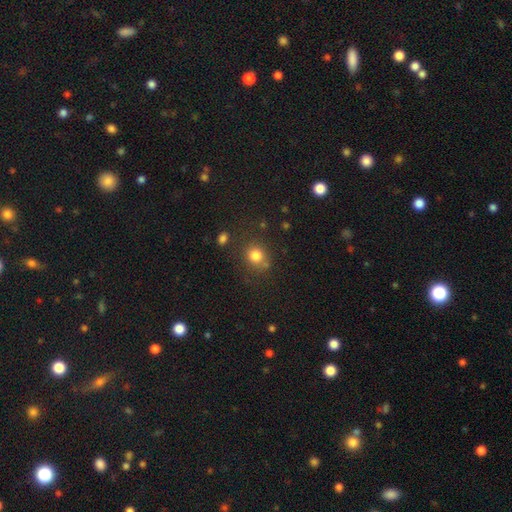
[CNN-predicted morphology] Q: Smooth or featured?
A: smooth (81%); runner-up: star or artifact (13%)
Q: How rounded?
A: round (83%); runner-up: in between (16%)
Q: Merging?
A: none (73%); runner-up: minor disturbance (14%)